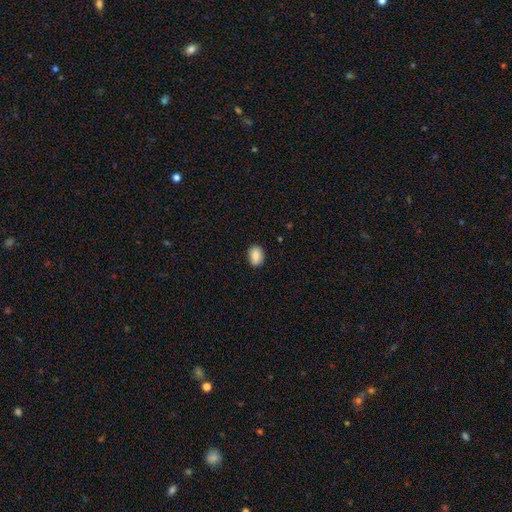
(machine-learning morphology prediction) Smooth or featured? Predicted: smooth (p=0.88). How rounded? Predicted: in between (p=0.76). Merging? Predicted: none (p=0.85).